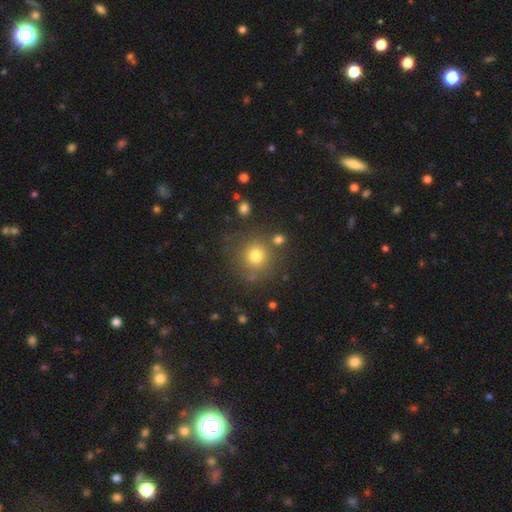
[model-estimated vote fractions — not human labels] Q: Smooth or featured?
A: smooth (75%); runner-up: star or artifact (15%)
Q: How rounded?
A: round (93%); runner-up: in between (6%)
Q: Merging?
A: none (79%); runner-up: minor disturbance (10%)